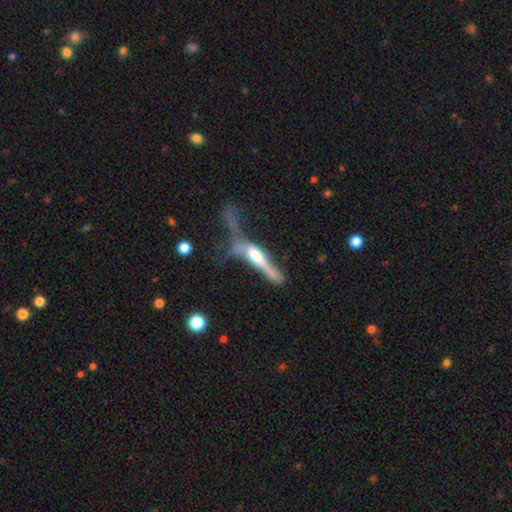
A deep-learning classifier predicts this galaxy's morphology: smooth-or-featured: featured or disk: 57% | smooth: 35% | star or artifact: 8%
  disk-edge-on: yes: 72% | no: 28%
  merging: major disturbance: 47% | merger: 20% | none: 17% | minor disturbance: 16%